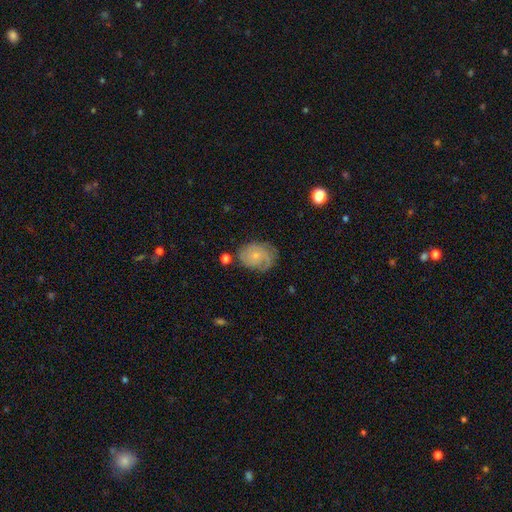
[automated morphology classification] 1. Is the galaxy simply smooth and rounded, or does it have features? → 60% featured or disk, 33% smooth, 8% star or artifact.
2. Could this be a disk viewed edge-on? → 97% no, 3% yes.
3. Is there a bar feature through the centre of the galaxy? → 81% no, 17% weak, 2% strong.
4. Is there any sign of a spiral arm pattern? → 86% yes, 14% no.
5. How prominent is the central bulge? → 77% small, 15% moderate, 6% none, 1% large, 1% dominant.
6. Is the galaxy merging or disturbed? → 59% none, 25% minor disturbance, 13% major disturbance, 3% merger.